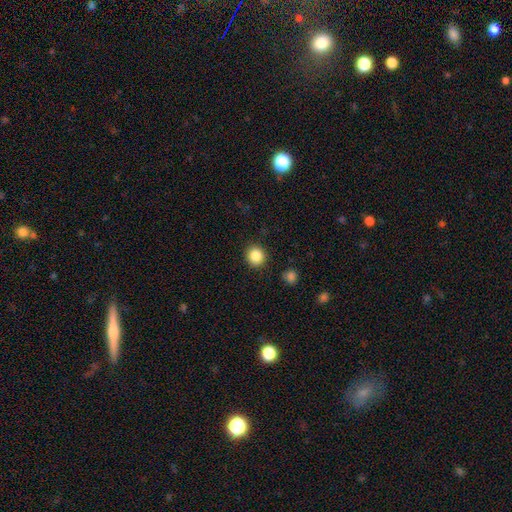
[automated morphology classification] smooth_or_featured: smooth (p=0.86) [alt: star or artifact p=0.10]
how_rounded: round (p=0.90) [alt: in between p=0.09]
merging: none (p=0.91) [alt: minor disturbance p=0.06]